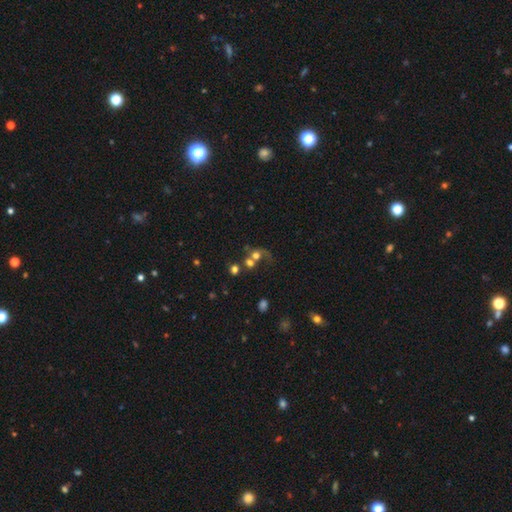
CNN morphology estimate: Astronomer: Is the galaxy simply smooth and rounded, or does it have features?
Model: smooth — 50% (runner-up: featured or disk, 32%).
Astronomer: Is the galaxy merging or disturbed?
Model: merger — 46% (runner-up: none, 24%).